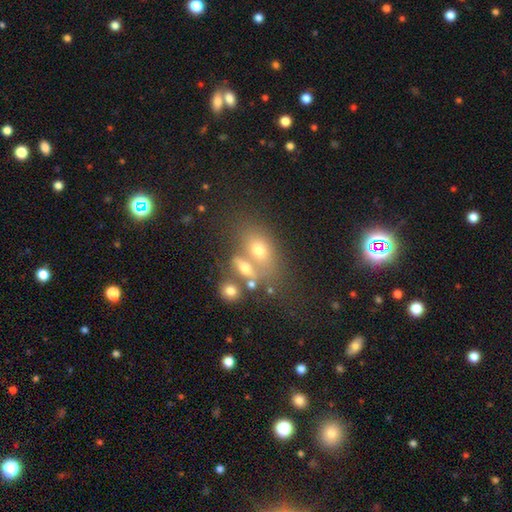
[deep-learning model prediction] smooth-or-featured: smooth: 57% | featured or disk: 22% | star or artifact: 21%
  how-rounded: in between: 70% | round: 25% | cigar-shaped: 4%
  merging: none: 42% | merger: 39% | minor disturbance: 12% | major disturbance: 7%